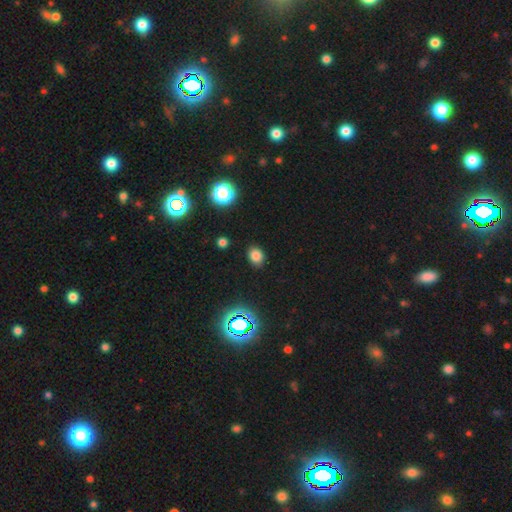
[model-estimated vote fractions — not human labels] A smooth galaxy with no disk features (77%) that is in between round and cigar-shaped (54%). Merging: none (86%).